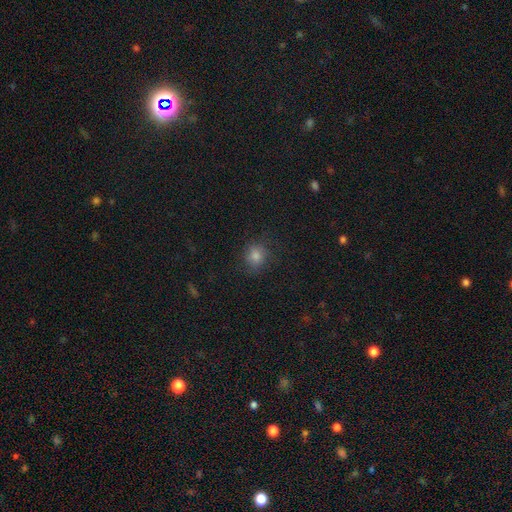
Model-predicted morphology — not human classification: type=smooth (76%); roundness=round (81%); merging=none (79%).